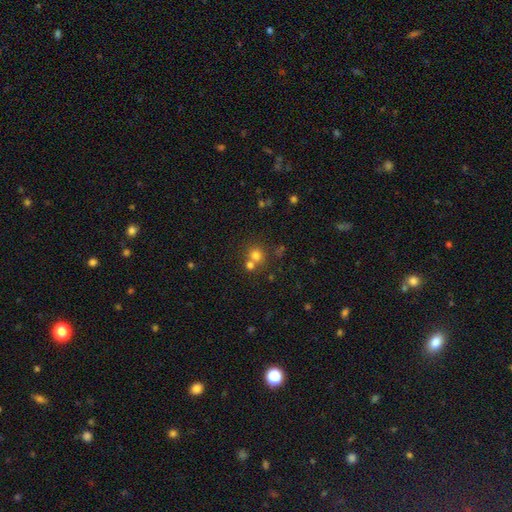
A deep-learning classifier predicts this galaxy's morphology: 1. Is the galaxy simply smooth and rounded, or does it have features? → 72% smooth, 18% star or artifact, 10% featured or disk.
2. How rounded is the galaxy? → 87% round, 12% in between, 1% cigar-shaped.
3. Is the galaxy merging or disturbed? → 54% none, 37% merger, 6% minor disturbance, 3% major disturbance.